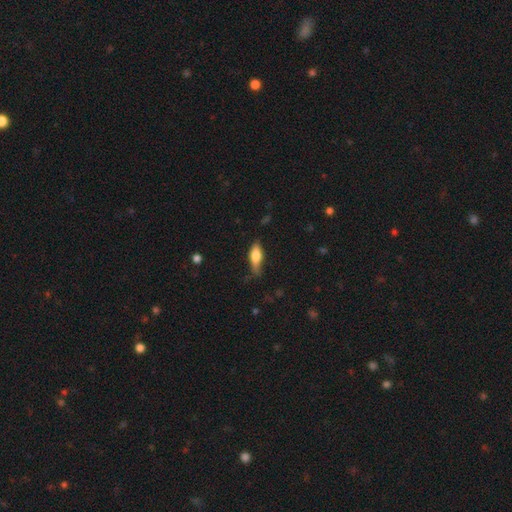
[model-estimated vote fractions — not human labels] Smooth or featured?
  - smooth: 63% *
  - featured or disk: 30%
  - star or artifact: 7%
How rounded?
  - in between: 60% *
  - cigar-shaped: 37%
  - round: 3%
Merging?
  - none: 63% *
  - minor disturbance: 28%
  - major disturbance: 7%
  - merger: 2%